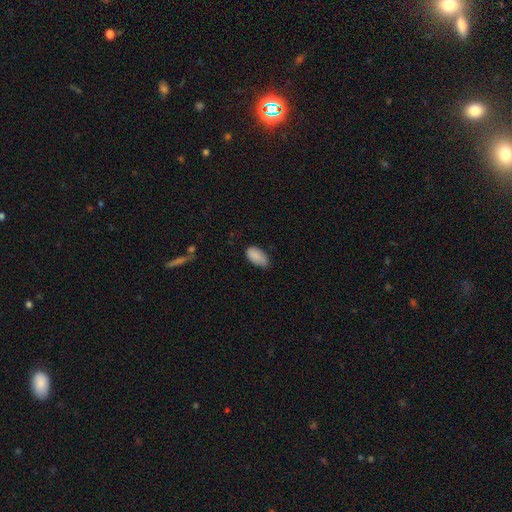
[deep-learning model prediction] Q: Smooth or featured?
A: smooth (88%); runner-up: star or artifact (7%)
Q: How rounded?
A: in between (95%); runner-up: round (3%)
Q: Merging?
A: none (64%); runner-up: minor disturbance (30%)